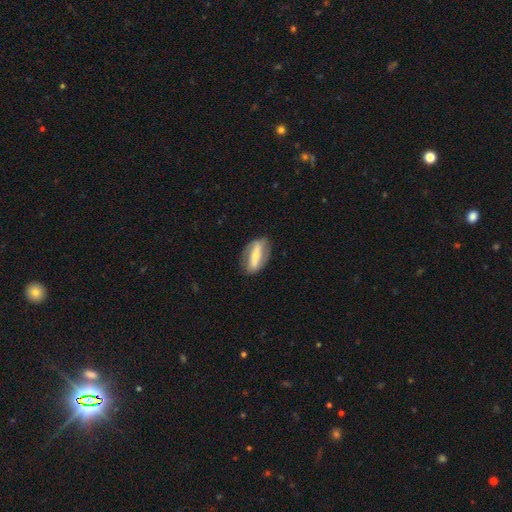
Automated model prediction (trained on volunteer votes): A featured or disk galaxy (60%). Merging: none (76%).